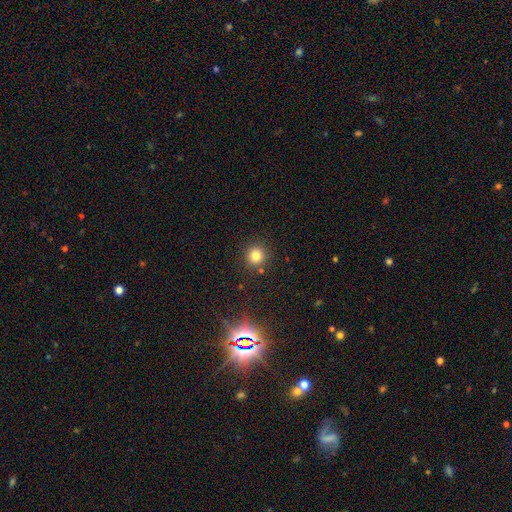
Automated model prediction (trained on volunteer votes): Smooth or featured: smooth — 80% (star or artifact — 14%)
How rounded: round — 94% (in between — 5%)
Merging: none — 88% (minor disturbance — 7%)